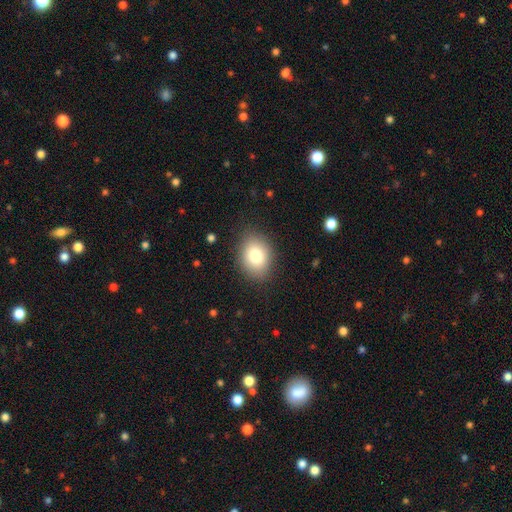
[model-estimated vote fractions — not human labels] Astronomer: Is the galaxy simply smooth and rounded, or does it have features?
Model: smooth — 81%.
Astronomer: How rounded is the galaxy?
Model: in between — 64%.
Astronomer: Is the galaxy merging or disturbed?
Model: none — 85%.